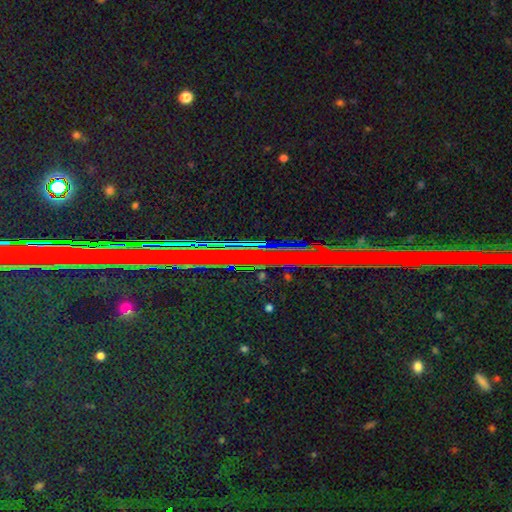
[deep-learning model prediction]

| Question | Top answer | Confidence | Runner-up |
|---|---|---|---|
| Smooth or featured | star or artifact | 82% | featured or disk (9%) |